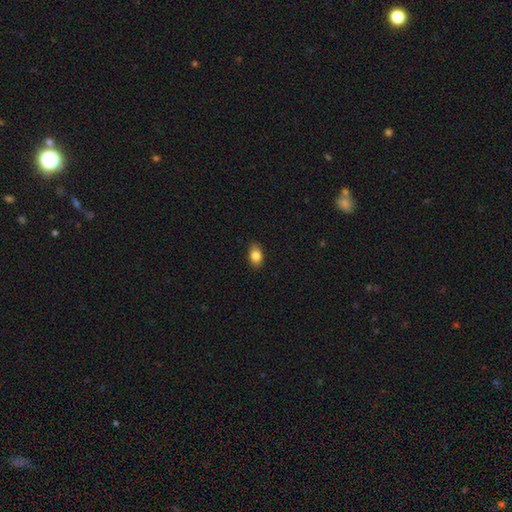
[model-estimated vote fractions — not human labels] Smooth or featured? smooth (84%)
How rounded? in between (84%)
Merging? none (86%)